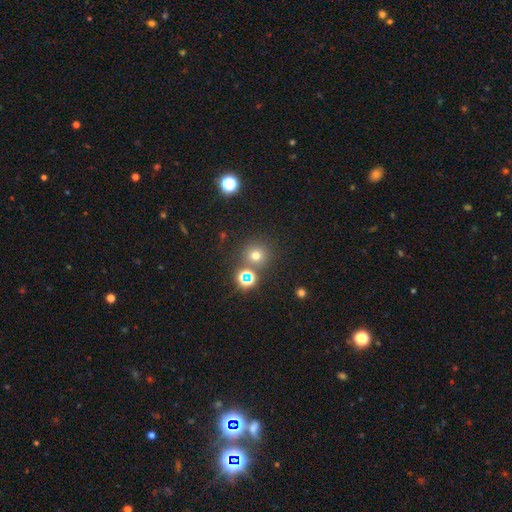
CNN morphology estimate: Smooth or featured? smooth (66%)
How rounded? round (92%)
Merging? none (78%)